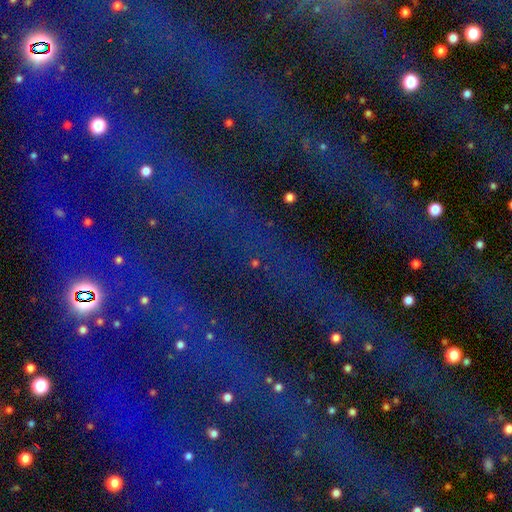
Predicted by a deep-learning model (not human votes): This is clearly a star or artifact rather than a galaxy (84%).